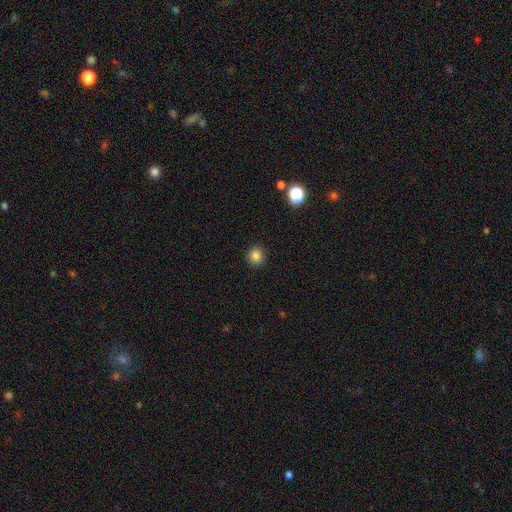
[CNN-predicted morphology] smooth-or-featured: smooth: 83% | star or artifact: 12% | featured or disk: 5%
  how-rounded: round: 92% | in between: 7% | cigar-shaped: 1%
  merging: none: 92% | minor disturbance: 5% | major disturbance: 2% | merger: 1%